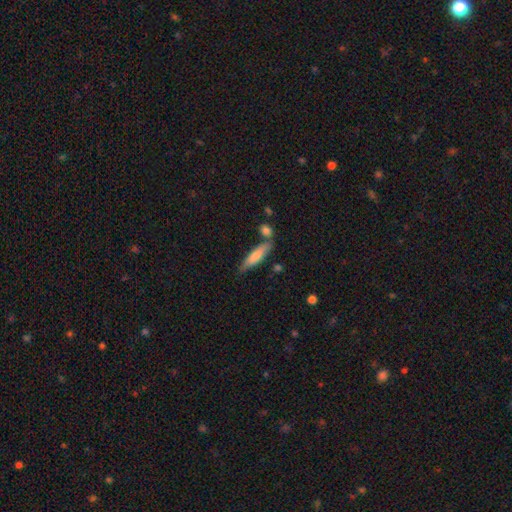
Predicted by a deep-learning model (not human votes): Q: Smooth or featured?
A: smooth (65%); runner-up: featured or disk (28%)
Q: How rounded?
A: cigar-shaped (77%); runner-up: in between (21%)
Q: Merging?
A: none (70%); runner-up: minor disturbance (16%)